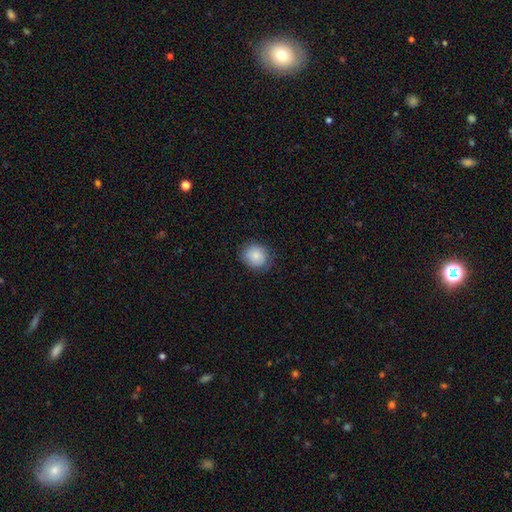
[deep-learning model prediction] A smooth galaxy with no disk features (78%) that is round (76%). Merging: none (79%).